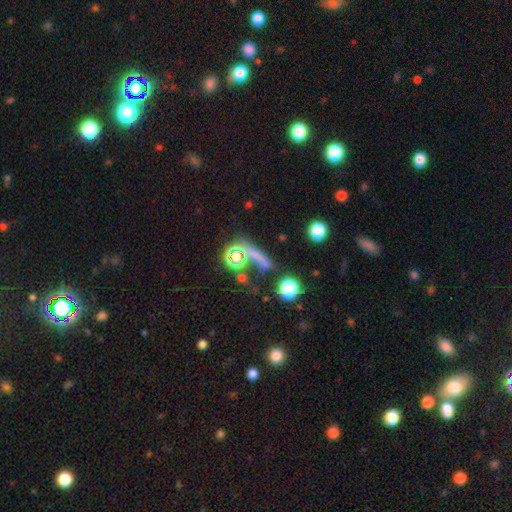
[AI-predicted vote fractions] This is possibly a smooth galaxy (48%). Merging: possibly none (53%).